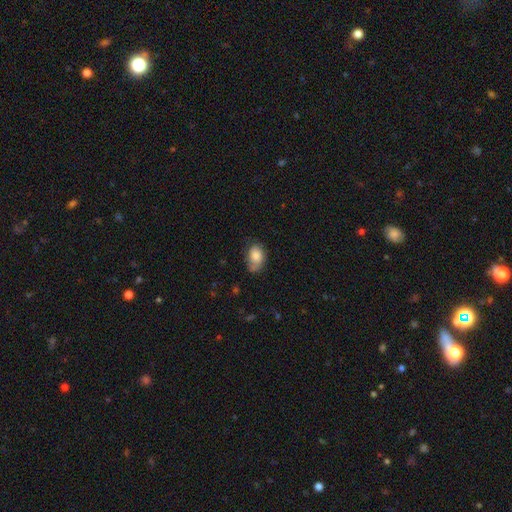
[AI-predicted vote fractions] Smooth or featured? Predicted: smooth (p=0.79). How rounded? Predicted: in between (p=0.83). Merging? Predicted: none (p=0.53).